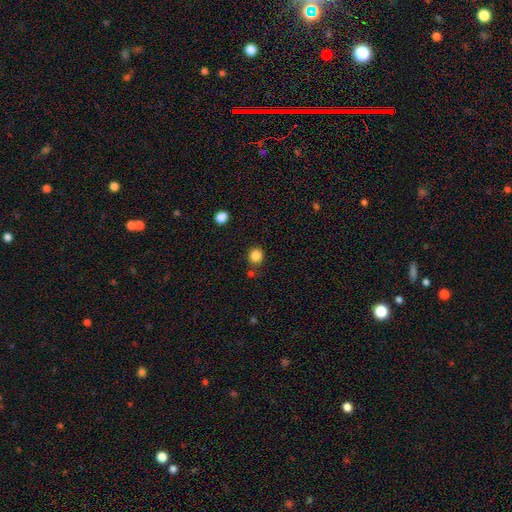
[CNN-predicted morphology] smooth_or_featured: smooth (p=0.85) [alt: star or artifact p=0.11]
how_rounded: round (p=0.89) [alt: in between p=0.10]
merging: none (p=0.82) [alt: minor disturbance p=0.09]